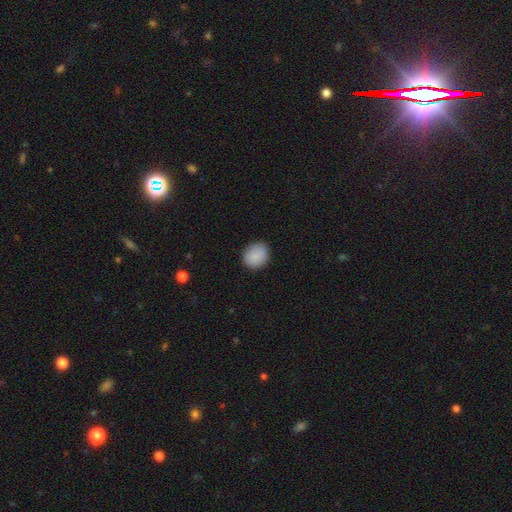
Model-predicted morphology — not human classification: type=smooth (89%); roundness=round (64%); merging=none (88%).